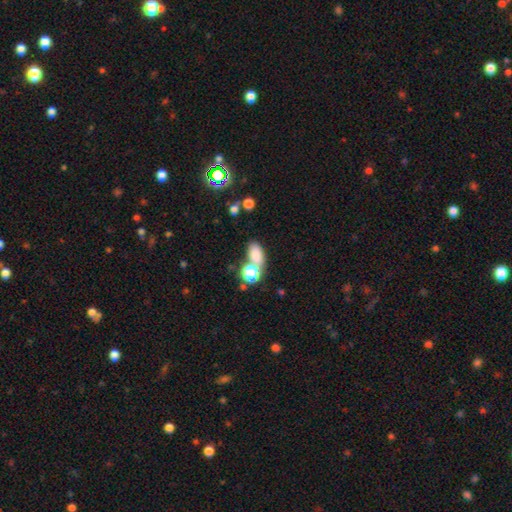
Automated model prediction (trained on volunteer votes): Smooth or featured: smooth — 78% (star or artifact — 14%)
How rounded: in between — 83% (round — 15%)
Merging: none — 51% (merger — 31%)